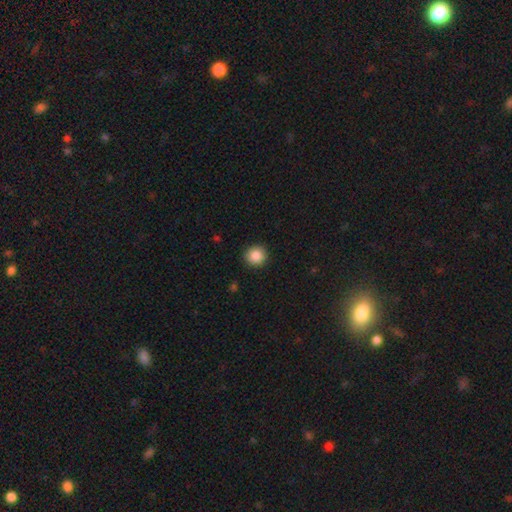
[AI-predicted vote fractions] Smooth or featured? Predicted: smooth (p=0.88). How rounded? Predicted: round (p=0.92). Merging? Predicted: none (p=0.92).